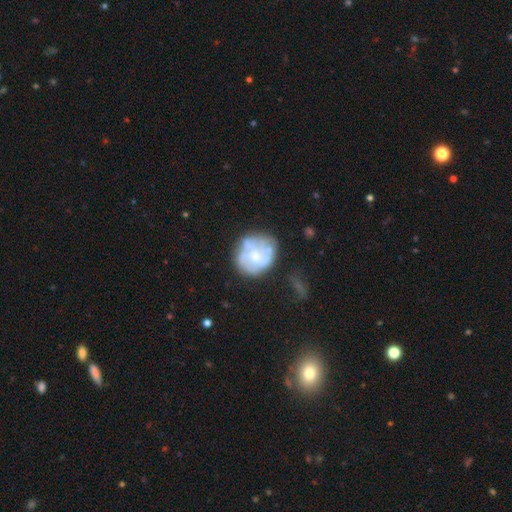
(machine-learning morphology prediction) This appears to be a featured or disk galaxy (54%) with no bar (84%), no spiral arms (69%) and a small central bulge (42%). Merging: none (57%).